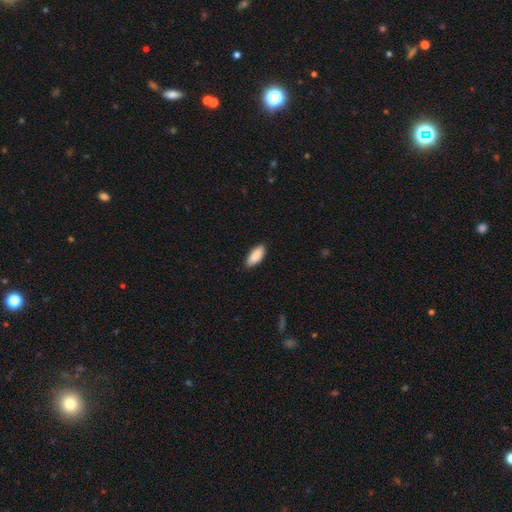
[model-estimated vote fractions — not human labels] smooth-or-featured: smooth: 90% | star or artifact: 6% | featured or disk: 4%
  how-rounded: in between: 83% | cigar-shaped: 15% | round: 2%
  merging: none: 88% | minor disturbance: 9% | major disturbance: 2% | merger: 1%